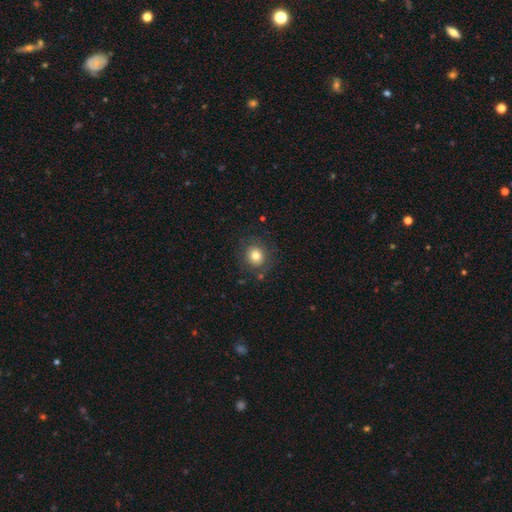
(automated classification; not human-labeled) This is likely a smooth galaxy (79%). How rounded: clearly round (84%). Merging: clearly none (82%).